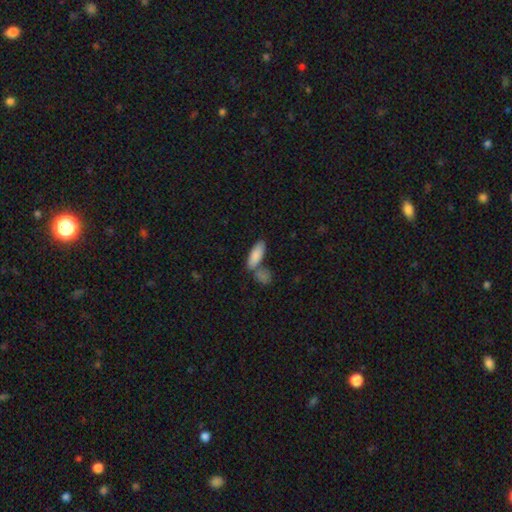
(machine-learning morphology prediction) A smooth galaxy with no disk features (85%) that is in between round and cigar-shaped (69%). Merging: none (56%).